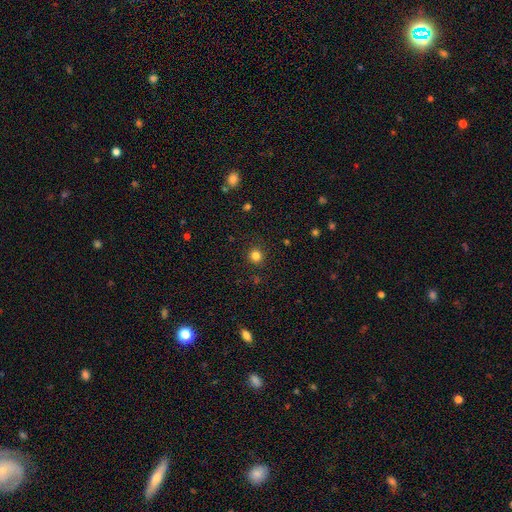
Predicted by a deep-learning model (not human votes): smooth 82%, star or artifact 14%, featured or disk 4%. Down the decision tree: how rounded — round (93%); merging — none (91%).